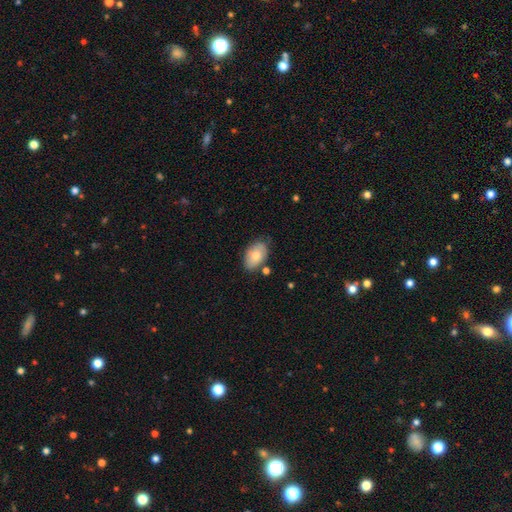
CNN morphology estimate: This appears to be a smooth galaxy with no disk features (75%) that is in between round and cigar-shaped (91%). Merging: none (69%).